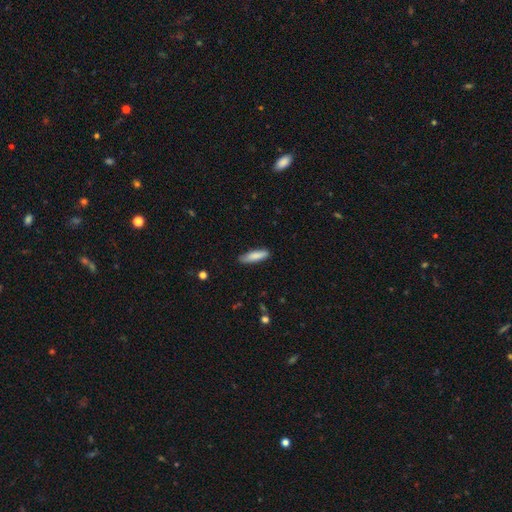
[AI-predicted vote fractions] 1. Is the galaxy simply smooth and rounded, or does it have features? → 84% smooth, 10% featured or disk, 6% star or artifact.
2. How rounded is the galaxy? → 68% cigar-shaped, 31% in between, 1% round.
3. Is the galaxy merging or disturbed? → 82% none, 14% minor disturbance, 2% major disturbance, 1% merger.